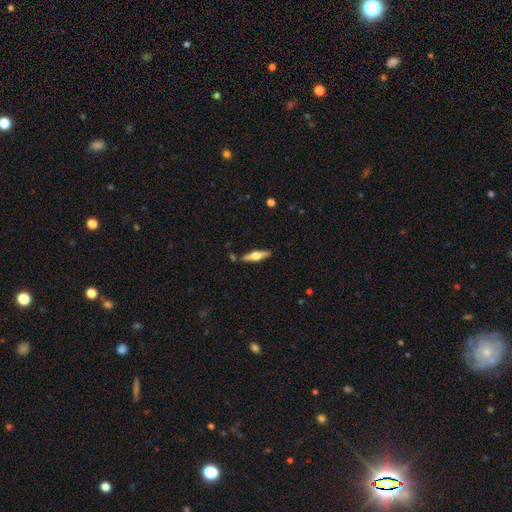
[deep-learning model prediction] A featured or disk galaxy (56%) viewed edge-on (94%) with a rounded central bulge (92%). Merging: none (85%).